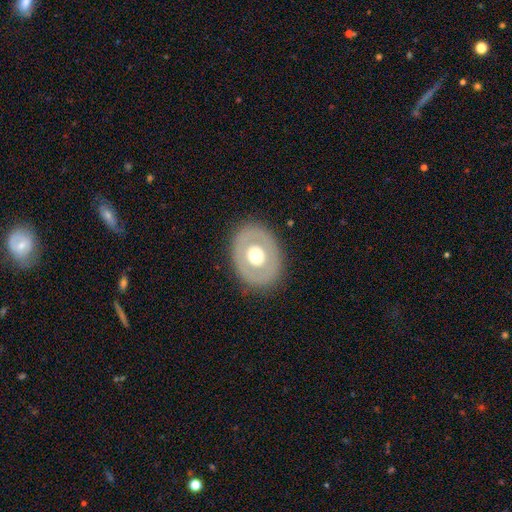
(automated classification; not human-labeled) Smooth or featured?
  - featured or disk: 49% *
  - smooth: 44%
  - star or artifact: 6%
Merging?
  - none: 87% *
  - minor disturbance: 9%
  - major disturbance: 3%
  - merger: 1%